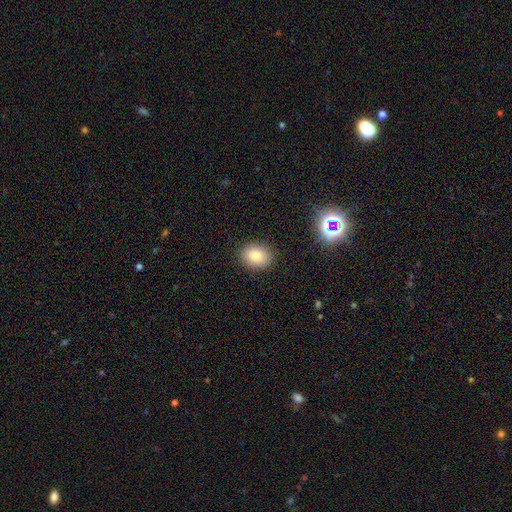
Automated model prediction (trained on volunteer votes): smooth-or-featured: smooth: 83% | star or artifact: 10% | featured or disk: 7%
  how-rounded: in between: 64% | round: 35% | cigar-shaped: 1%
  merging: none: 88% | minor disturbance: 8% | major disturbance: 2% | merger: 1%